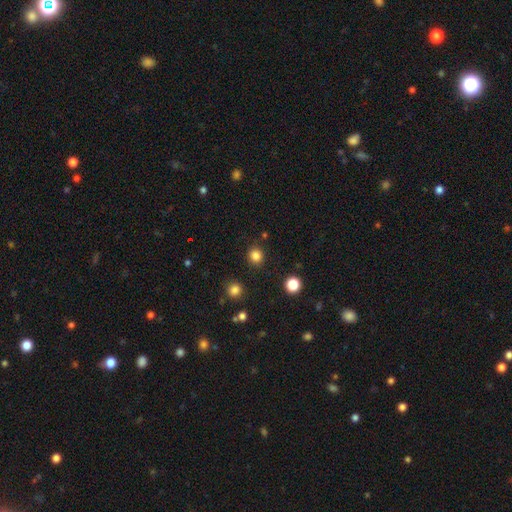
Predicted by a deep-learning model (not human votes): A smooth galaxy with no disk features (84%) that is round (88%).

Vote fractions:
- Smooth or featured? smooth: 84% / star or artifact: 13% / featured or disk: 4%
- How rounded? round: 88% / in between: 11% / cigar-shaped: 1%
- Merging? none: 89% / minor disturbance: 6% / major disturbance: 2% / merger: 2%